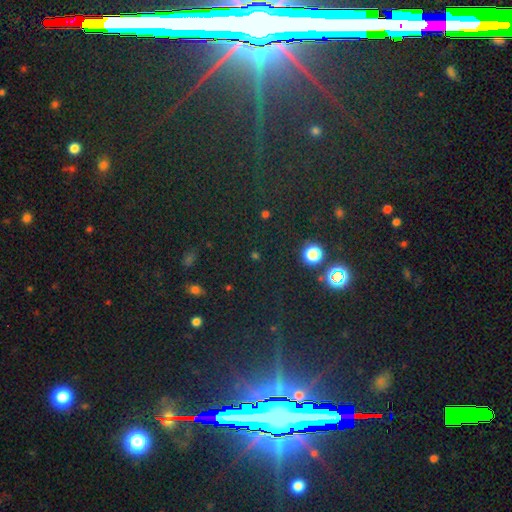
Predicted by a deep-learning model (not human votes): smooth-or-featured: star or artifact: 63% | smooth: 29% | featured or disk: 9%